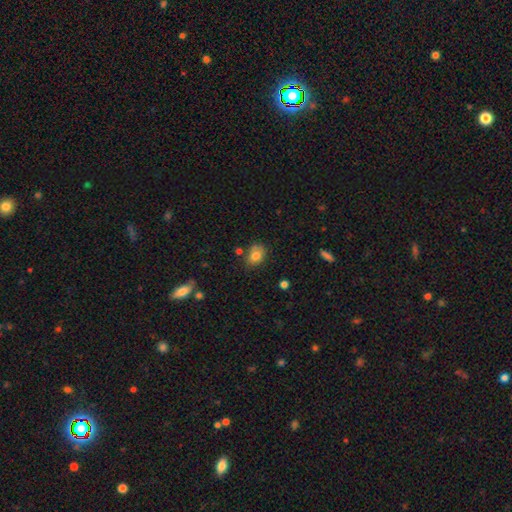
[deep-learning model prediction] Smooth or featured: smooth — 79% (featured or disk — 11%)
How rounded: in between — 71% (round — 28%)
Merging: none — 69% (minor disturbance — 20%)